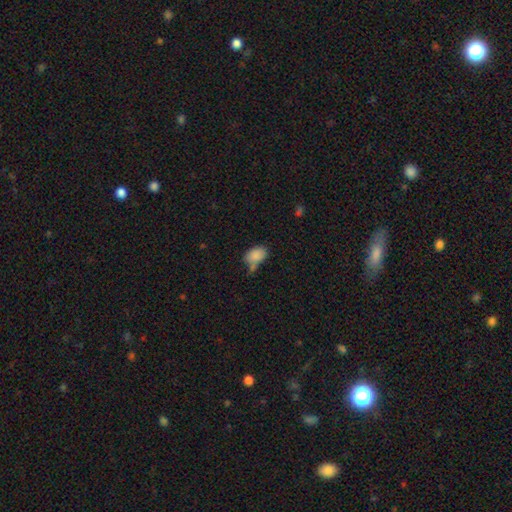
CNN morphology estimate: A smooth galaxy with no disk features (84%) that is in between round and cigar-shaped (82%). Merging: none (47%).